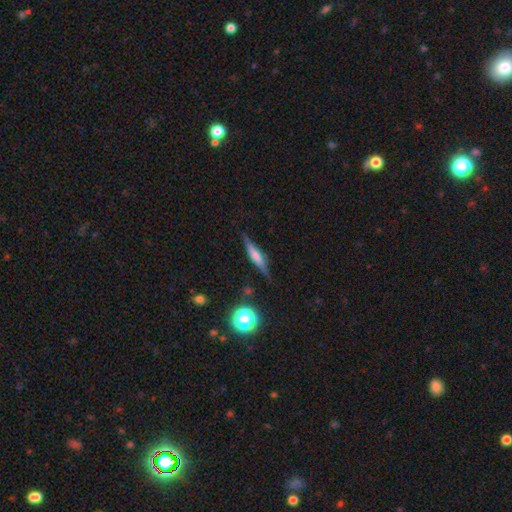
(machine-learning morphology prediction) A featured or disk galaxy (54%) viewed edge-on (95%) with a rounded central bulge (48%). Merging: none (85%).